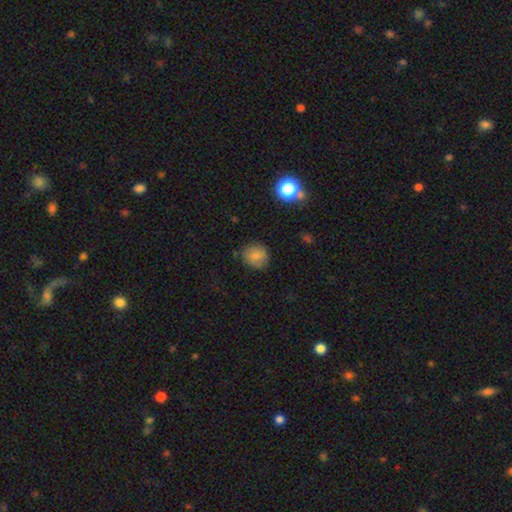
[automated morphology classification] This is clearly a smooth galaxy (80%). How rounded: clearly round (84%). Merging: likely none (78%).